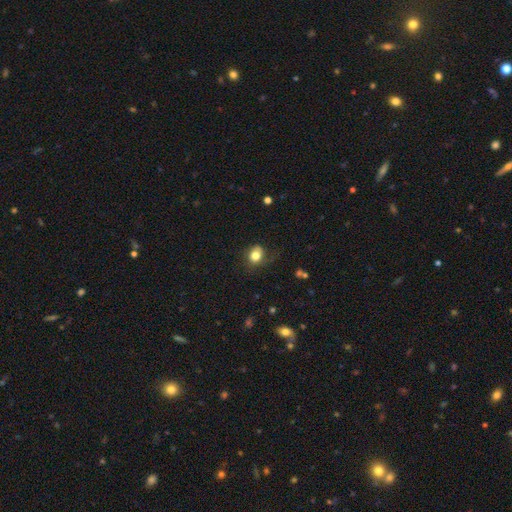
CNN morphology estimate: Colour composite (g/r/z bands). It shows a smooth galaxy with no disk features (78%) that is round (62%). Merging: none (61%).